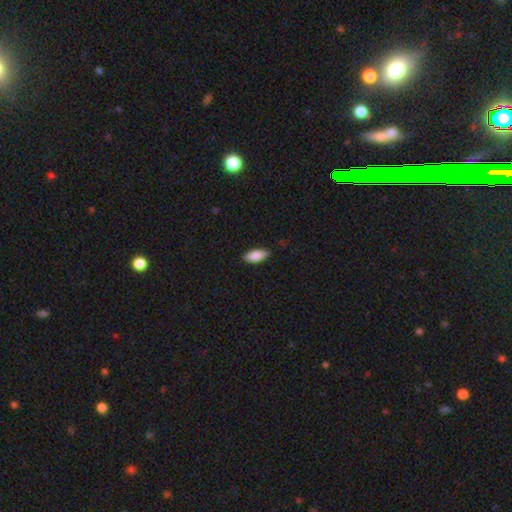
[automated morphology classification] smooth_or_featured: smooth (p=0.86) [alt: featured or disk p=0.08]
how_rounded: in between (p=0.88) [alt: cigar-shaped p=0.10]
merging: none (p=0.87) [alt: minor disturbance p=0.10]